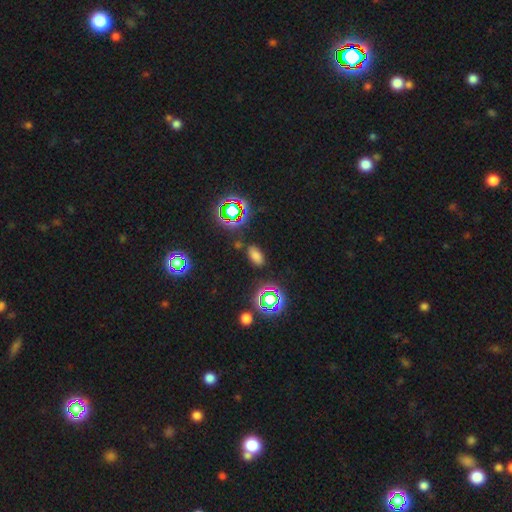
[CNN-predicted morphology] Smooth or featured? Predicted: smooth (p=0.64). How rounded? Predicted: in between (p=0.90). Merging? Predicted: none (p=0.84).